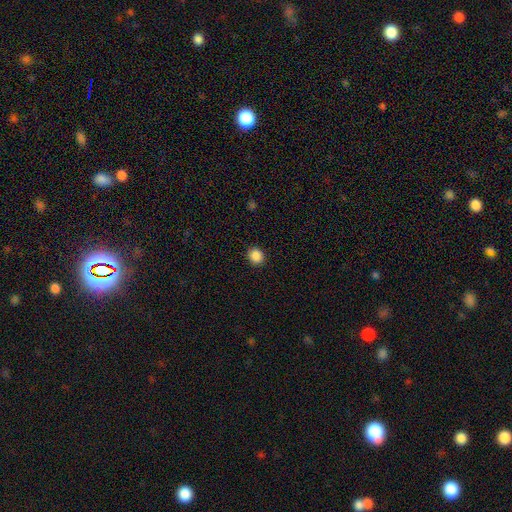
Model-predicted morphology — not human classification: Smooth or featured?
  - smooth: 87% *
  - star or artifact: 10%
  - featured or disk: 3%
How rounded?
  - round: 80% *
  - in between: 19%
  - cigar-shaped: 1%
Merging?
  - none: 91% *
  - minor disturbance: 6%
  - major disturbance: 2%
  - merger: 1%